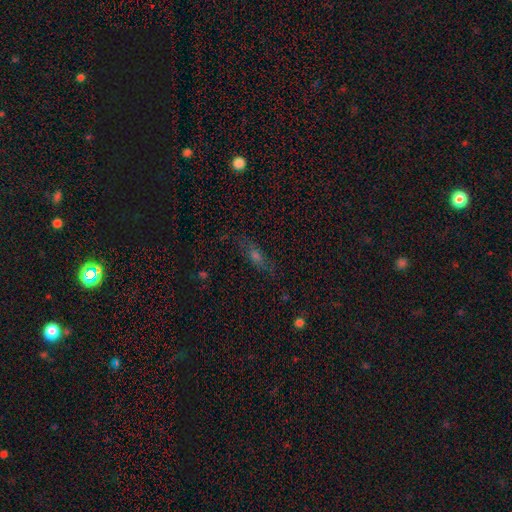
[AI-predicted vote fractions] smooth 43%, featured or disk 34%, star or artifact 23%. Down the decision tree: merging — none (78%).